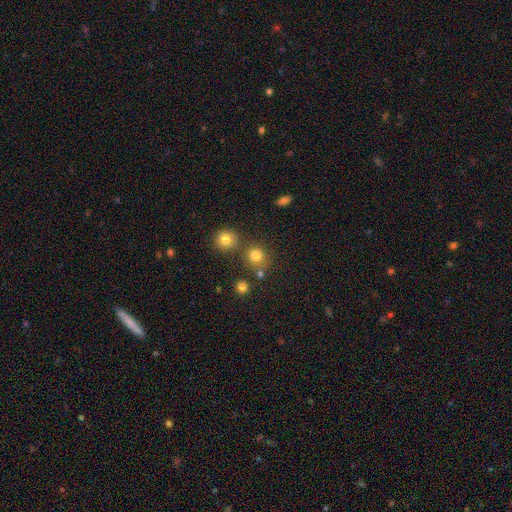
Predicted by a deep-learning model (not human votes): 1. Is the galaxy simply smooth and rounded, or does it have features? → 79% smooth, 15% star or artifact, 7% featured or disk.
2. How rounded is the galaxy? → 87% round, 12% in between, 1% cigar-shaped.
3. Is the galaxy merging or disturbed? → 72% none, 14% merger, 9% minor disturbance, 4% major disturbance.